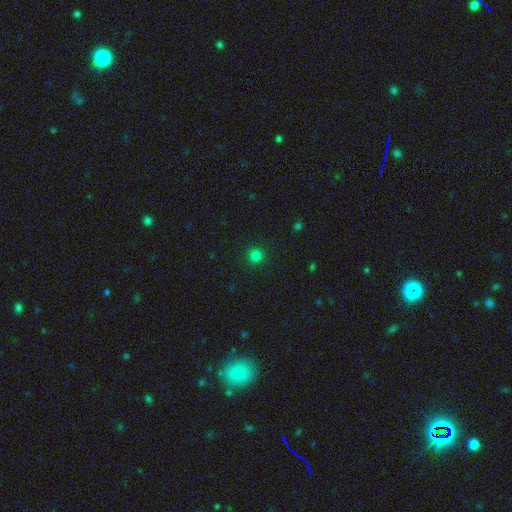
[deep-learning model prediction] Smooth or featured? Predicted: smooth (p=0.80). How rounded? Predicted: round (p=0.95). Merging? Predicted: none (p=0.92).